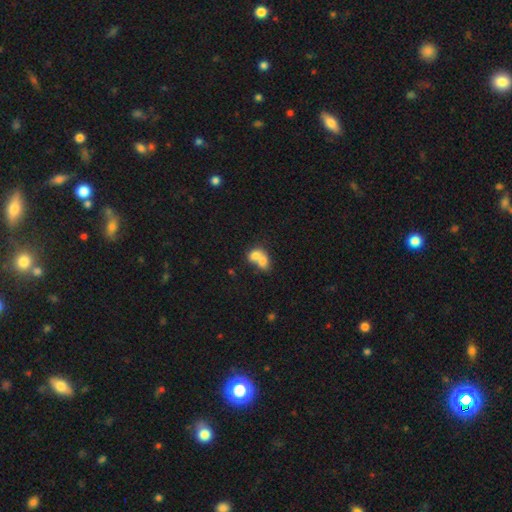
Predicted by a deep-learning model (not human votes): This appears to be a smooth galaxy with no disk features (72%) that is in between round and cigar-shaped (60%). Merging: merger (76%).